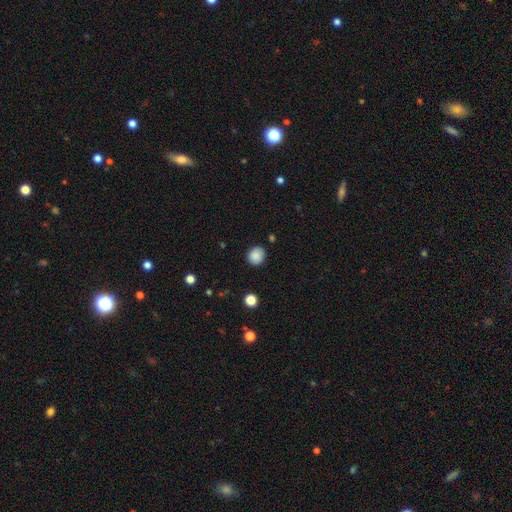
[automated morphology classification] Smooth or featured? smooth (86%)
How rounded? round (82%)
Merging? none (85%)